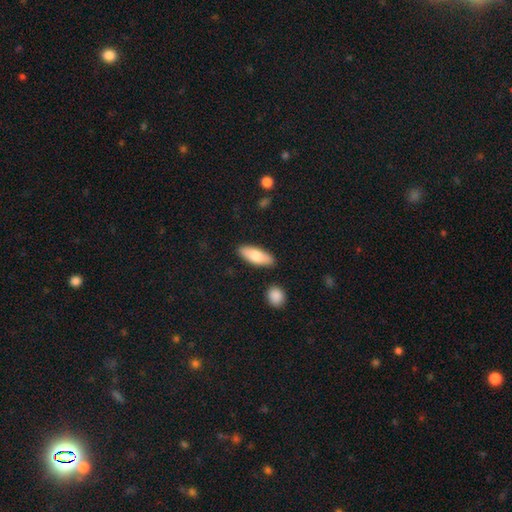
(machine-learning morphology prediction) Smooth or featured? Predicted: smooth (p=0.78). How rounded? Predicted: in between (p=0.71). Merging? Predicted: none (p=0.85).